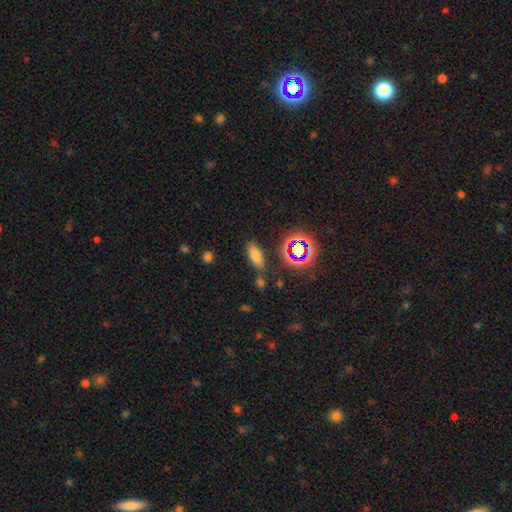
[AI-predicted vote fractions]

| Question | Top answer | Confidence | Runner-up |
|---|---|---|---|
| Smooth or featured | smooth | 71% | star or artifact (20%) |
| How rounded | in between | 78% | cigar-shaped (17%) |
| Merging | none | 79% | minor disturbance (12%) |